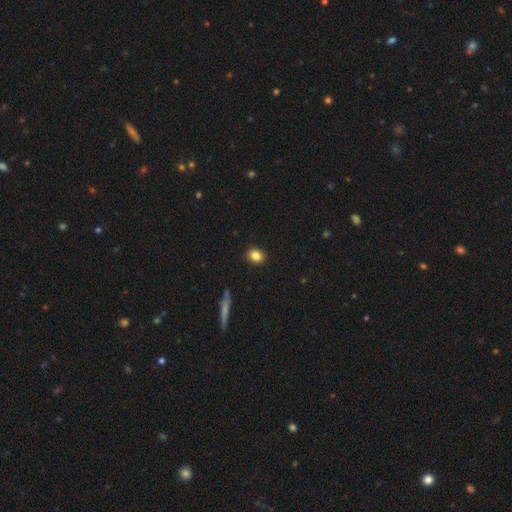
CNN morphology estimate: smooth 84%, star or artifact 10%, featured or disk 6%. Down the decision tree: how rounded — round (57%); merging — none (90%).